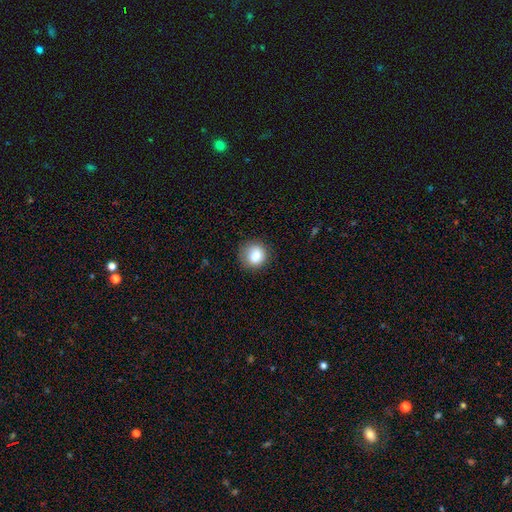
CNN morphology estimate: This is clearly a smooth galaxy (83%). How rounded: clearly round (88%). Merging: clearly none (83%).